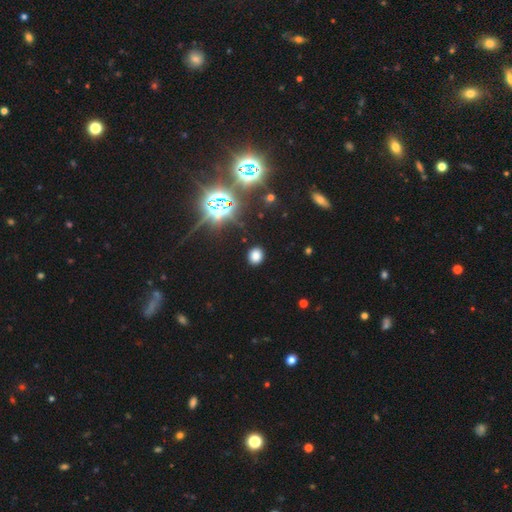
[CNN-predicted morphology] A smooth galaxy with no disk features (72%) that is round (63%).

Vote fractions:
- Smooth or featured? smooth: 72% / star or artifact: 22% / featured or disk: 6%
- How rounded? round: 63% / in between: 36% / cigar-shaped: 1%
- Merging? none: 89% / minor disturbance: 7% / major disturbance: 3% / merger: 1%